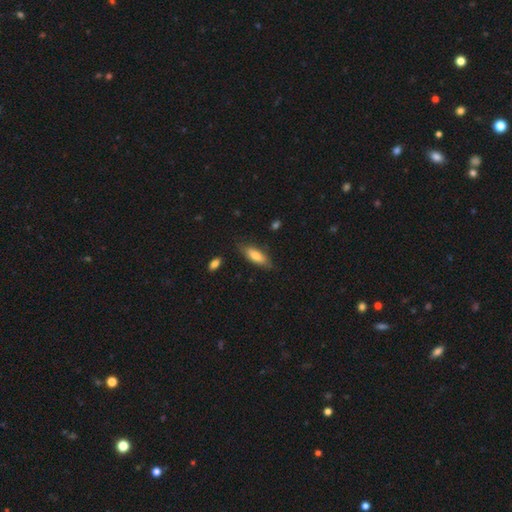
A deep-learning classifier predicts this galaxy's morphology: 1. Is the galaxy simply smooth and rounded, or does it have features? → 74% smooth, 20% featured or disk, 6% star or artifact.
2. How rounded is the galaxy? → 61% in between, 37% cigar-shaped, 2% round.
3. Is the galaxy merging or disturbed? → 79% none, 16% minor disturbance, 3% major disturbance, 2% merger.